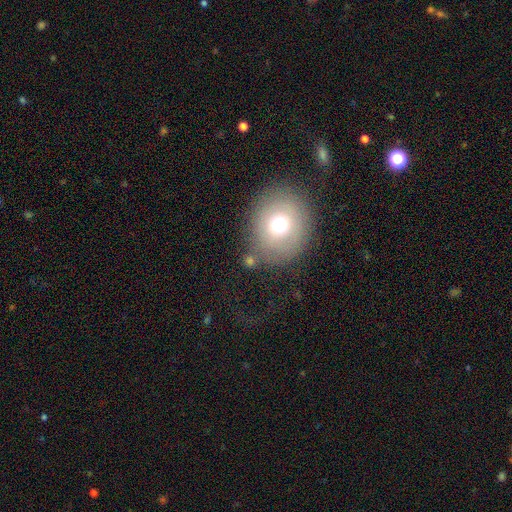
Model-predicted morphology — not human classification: Smooth or featured? smooth (67%)
How rounded? round (79%)
Merging? none (73%)